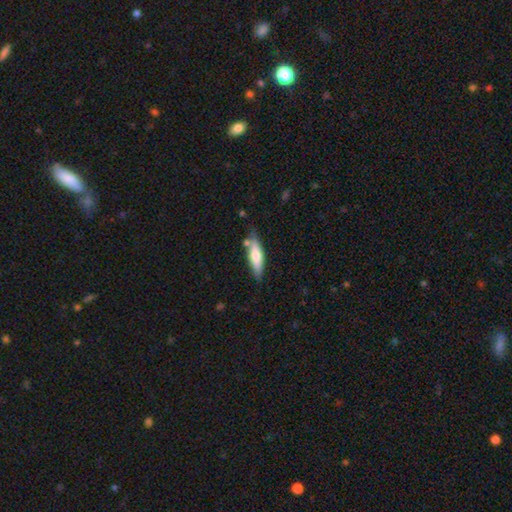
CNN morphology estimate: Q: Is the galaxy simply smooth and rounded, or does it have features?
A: smooth — 63%.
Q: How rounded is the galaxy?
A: cigar-shaped — 64%.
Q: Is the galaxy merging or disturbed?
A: none — 74%.